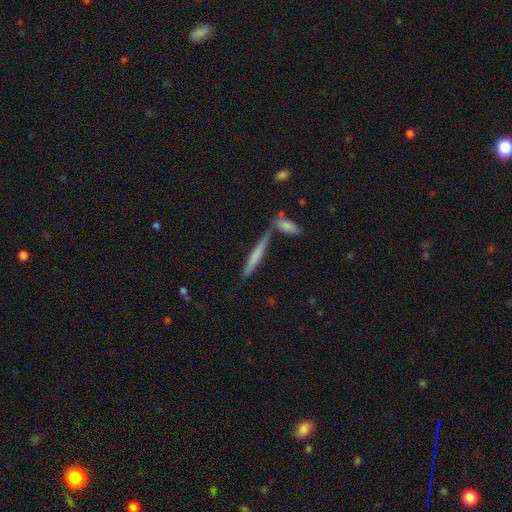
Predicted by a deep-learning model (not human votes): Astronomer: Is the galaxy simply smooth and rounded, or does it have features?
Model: smooth — 58% (runner-up: featured or disk, 36%).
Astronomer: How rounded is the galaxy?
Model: cigar-shaped — 93%.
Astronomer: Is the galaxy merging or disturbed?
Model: none — 69%.